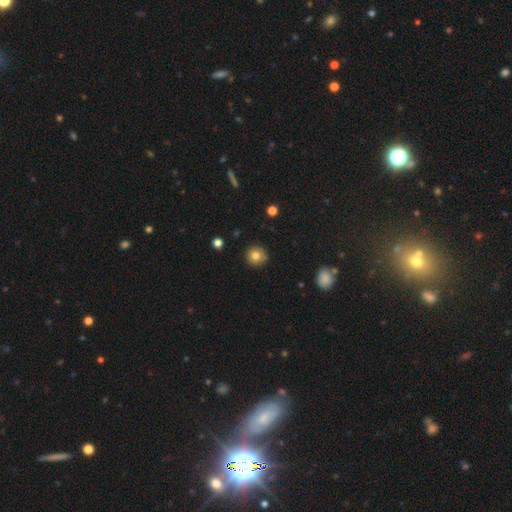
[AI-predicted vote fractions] Morphology: type=smooth (80%); roundness=round (93%); merging=none (88%).